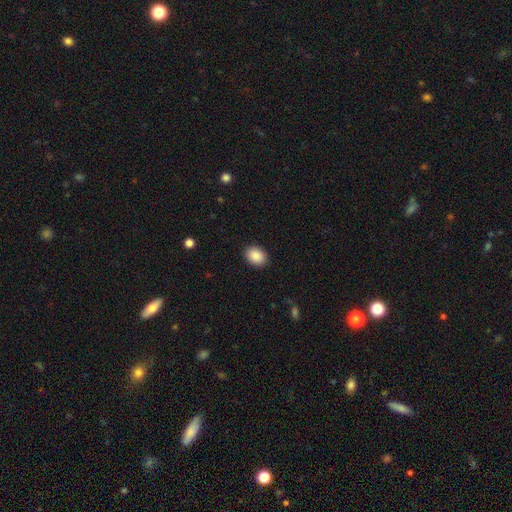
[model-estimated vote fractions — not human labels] Smooth or featured? Predicted: smooth (p=0.90). How rounded? Predicted: in between (p=0.64). Merging? Predicted: none (p=0.90).